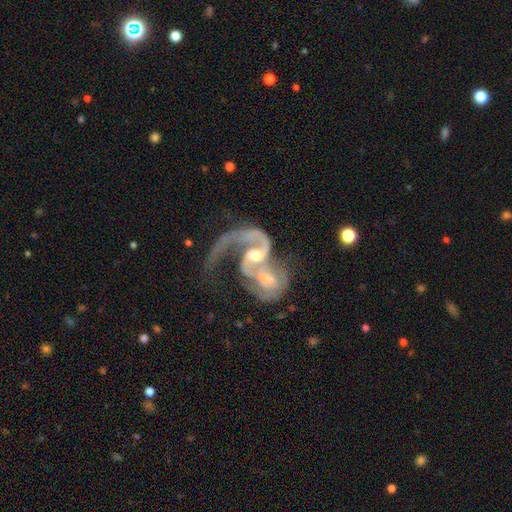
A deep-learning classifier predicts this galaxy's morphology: featured or disk 86%, smooth 9%, star or artifact 5%. Down the decision tree: edge-on disk — no (97%); bar — no (47%); spiral arms — yes (92%); spiral arm count — 2 (54%); spiral winding — loose (51%); bulge size — moderate (62%); merging — merger (79%).